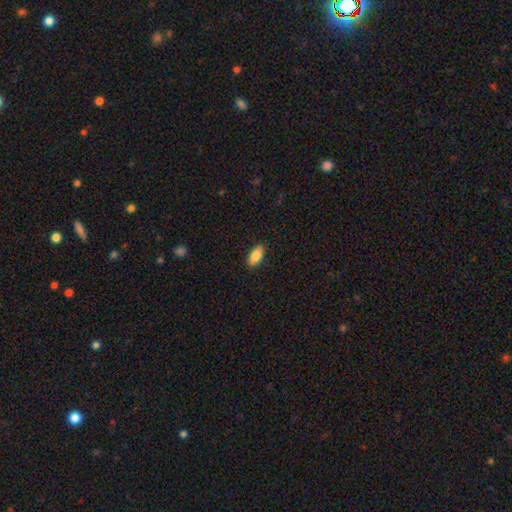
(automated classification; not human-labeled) This appears to be a smooth galaxy with no disk features (85%) that is in between round and cigar-shaped (88%). Merging: none (88%).